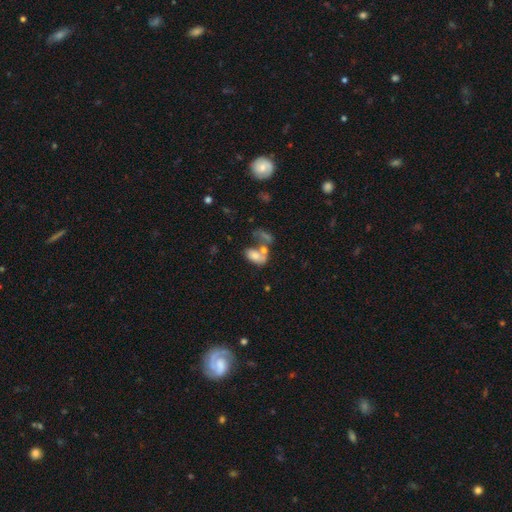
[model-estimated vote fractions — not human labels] Smooth or featured?
  - smooth: 66% *
  - featured or disk: 23%
  - star or artifact: 11%
How rounded?
  - in between: 90% *
  - round: 8%
  - cigar-shaped: 2%
Merging?
  - merger: 55% *
  - none: 20%
  - major disturbance: 15%
  - minor disturbance: 10%